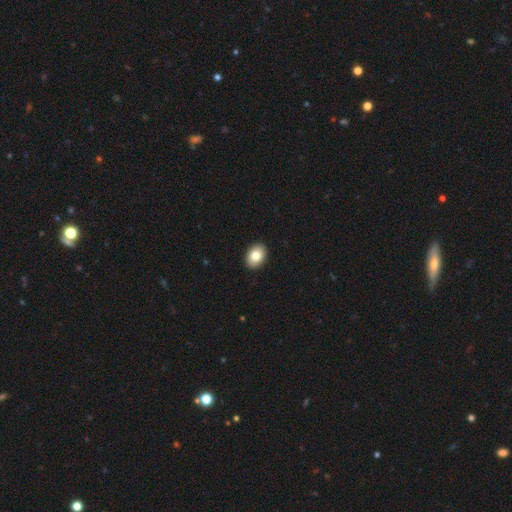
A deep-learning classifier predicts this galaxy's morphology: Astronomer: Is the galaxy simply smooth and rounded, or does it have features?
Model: smooth — 83%.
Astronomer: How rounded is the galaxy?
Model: in between — 75%.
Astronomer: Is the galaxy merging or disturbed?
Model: none — 92%.